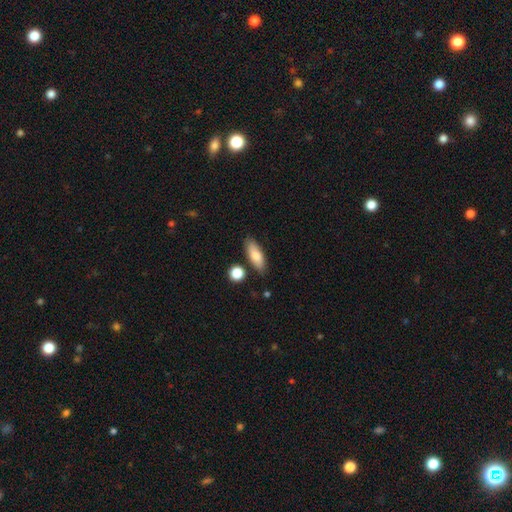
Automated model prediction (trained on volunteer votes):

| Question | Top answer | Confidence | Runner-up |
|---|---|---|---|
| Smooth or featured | smooth | 79% | featured or disk (14%) |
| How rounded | in between | 66% | cigar-shaped (31%) |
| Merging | none | 81% | minor disturbance (12%) |